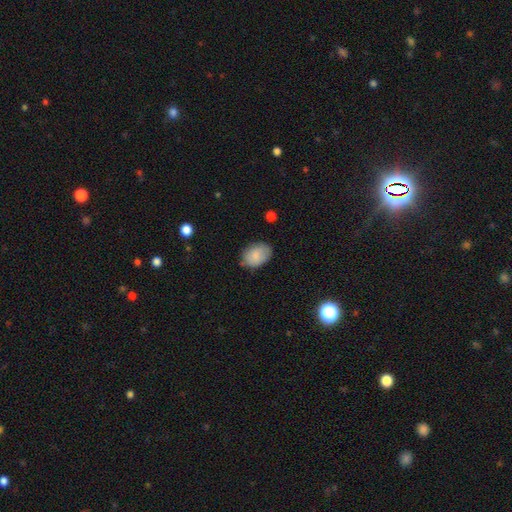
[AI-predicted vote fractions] Morphology: type=smooth (84%); roundness=in between (80%); merging=none (75%).